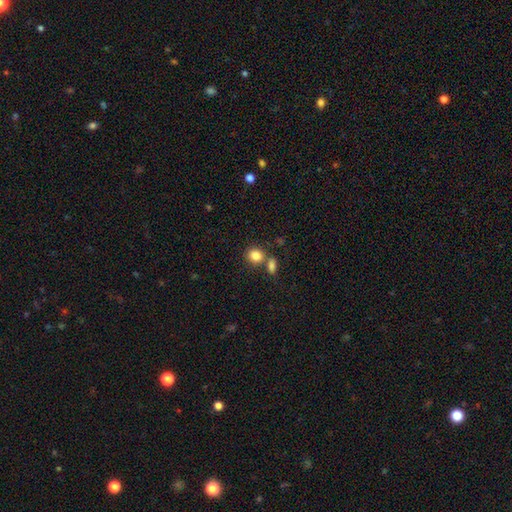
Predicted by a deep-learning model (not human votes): smooth_or_featured: smooth (p=0.84) [alt: star or artifact p=0.10]
how_rounded: round (p=0.70) [alt: in between p=0.29]
merging: none (p=0.60) [alt: merger p=0.26]